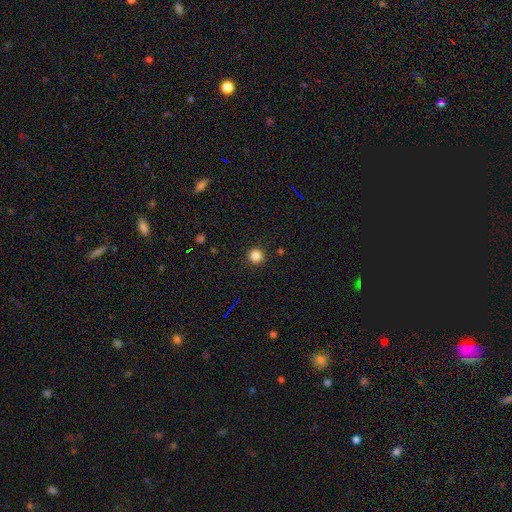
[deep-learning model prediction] A smooth galaxy with no disk features (84%) that is round (95%). Merging: none (92%).